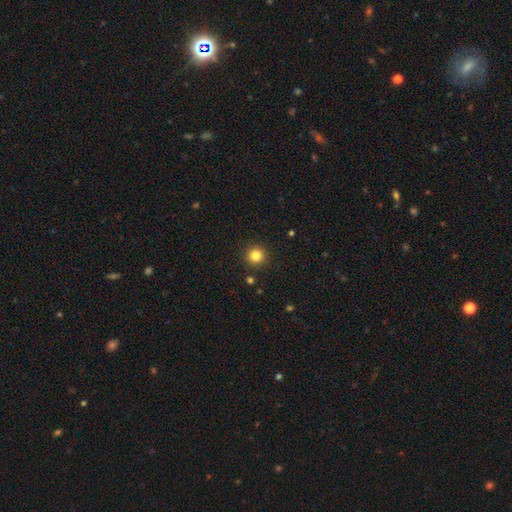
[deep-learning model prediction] smooth_or_featured: smooth (p=0.83) [alt: star or artifact p=0.12]
how_rounded: round (p=0.95) [alt: in between p=0.04]
merging: none (p=0.92) [alt: minor disturbance p=0.05]